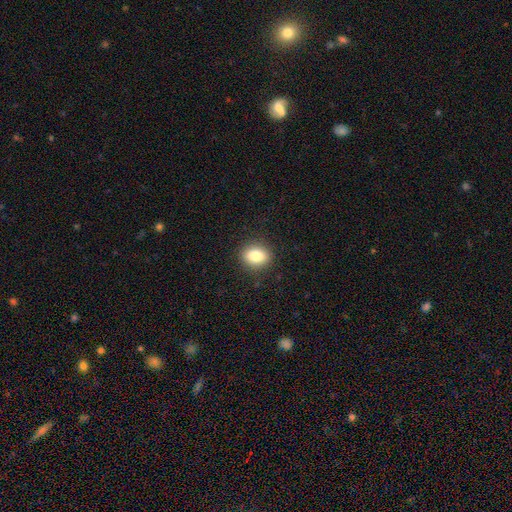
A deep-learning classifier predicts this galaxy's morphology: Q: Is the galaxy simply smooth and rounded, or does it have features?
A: smooth — 83%.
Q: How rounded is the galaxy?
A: in between — 52%.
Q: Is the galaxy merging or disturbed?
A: none — 89%.